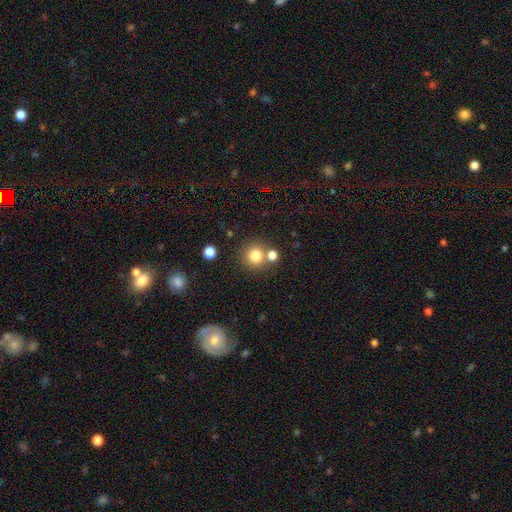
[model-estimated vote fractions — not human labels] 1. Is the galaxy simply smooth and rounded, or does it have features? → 80% smooth, 13% star or artifact, 7% featured or disk.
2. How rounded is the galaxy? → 92% round, 7% in between, 1% cigar-shaped.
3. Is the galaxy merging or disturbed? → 71% none, 18% merger, 8% minor disturbance, 3% major disturbance.